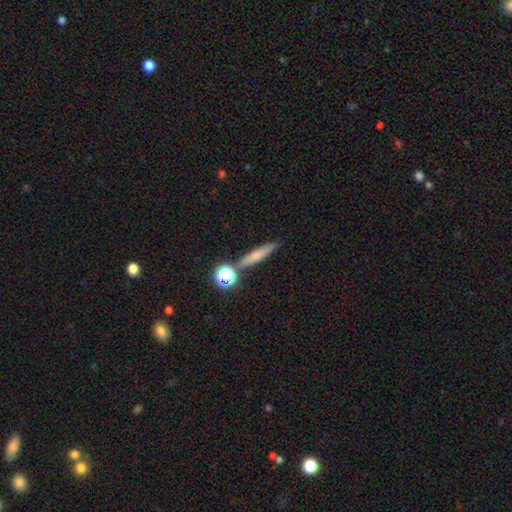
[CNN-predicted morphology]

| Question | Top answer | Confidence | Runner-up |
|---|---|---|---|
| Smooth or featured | smooth | 65% | featured or disk (21%) |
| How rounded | cigar-shaped | 77% | in between (13%) |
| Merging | none | 78% | minor disturbance (10%) |